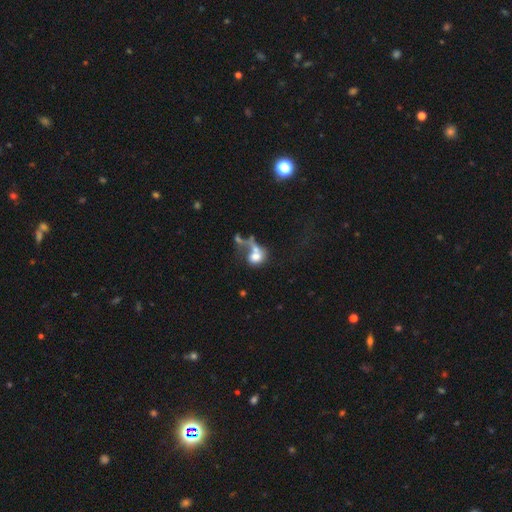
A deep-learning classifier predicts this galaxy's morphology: Smooth or featured: smooth — 59% (featured or disk — 29%)
How rounded: round — 49% (tied with in between — 49%)
Merging: merger — 47% (major disturbance — 27%)